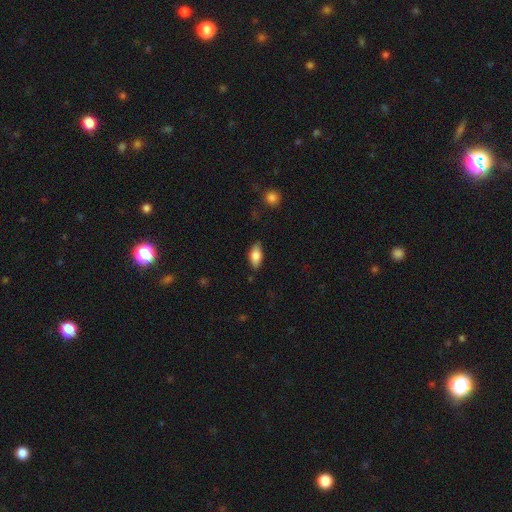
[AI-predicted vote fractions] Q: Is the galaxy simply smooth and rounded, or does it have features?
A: smooth — 80%.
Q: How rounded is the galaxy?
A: in between — 88%.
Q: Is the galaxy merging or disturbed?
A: none — 82%.